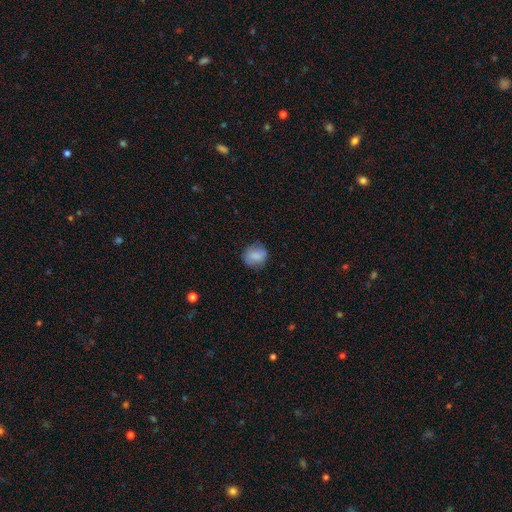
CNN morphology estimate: A smooth galaxy with no disk features (79%) that is round (75%). Merging: none (75%).